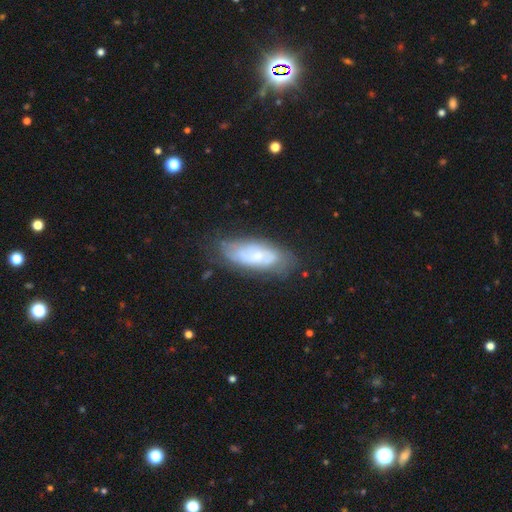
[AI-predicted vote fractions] Morphology: type=featured or disk (53%); edge-on=no (84%); merging=none (68%).